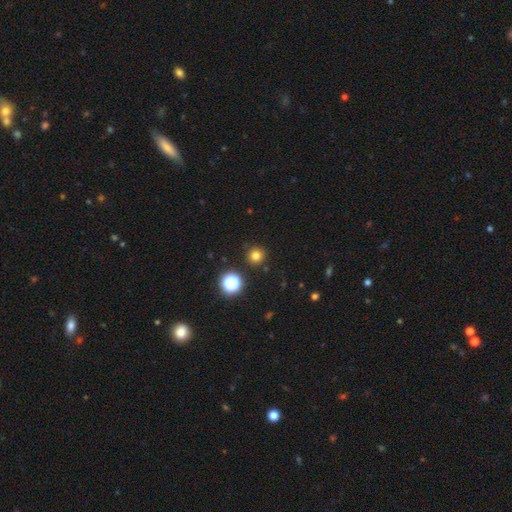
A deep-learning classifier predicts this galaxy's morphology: A smooth galaxy with no disk features (78%) that is round (95%). Merging: none (91%).